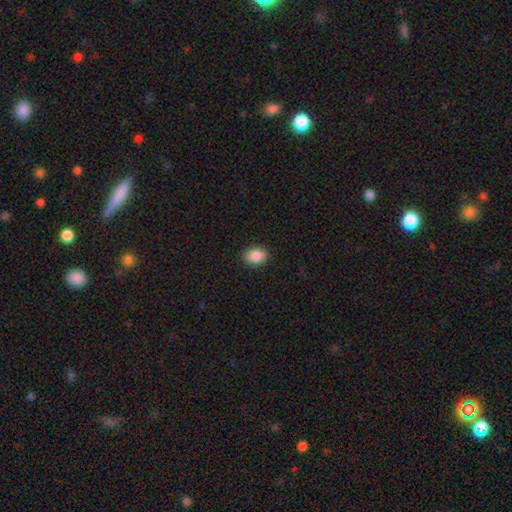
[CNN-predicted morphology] The model was most divided on "how rounded": in between: 67%, round: 32%, cigar-shaped: 1%. More confident: merging — none (90%); smooth or featured — smooth (89%).